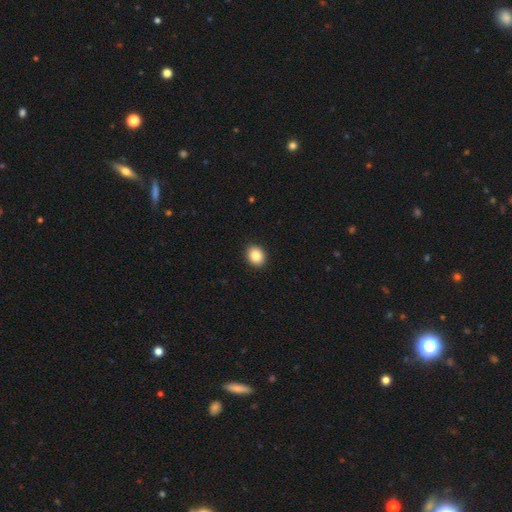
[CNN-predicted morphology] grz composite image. It shows a smooth galaxy with no disk features (88%) that is round (51%). Merging: none (92%).